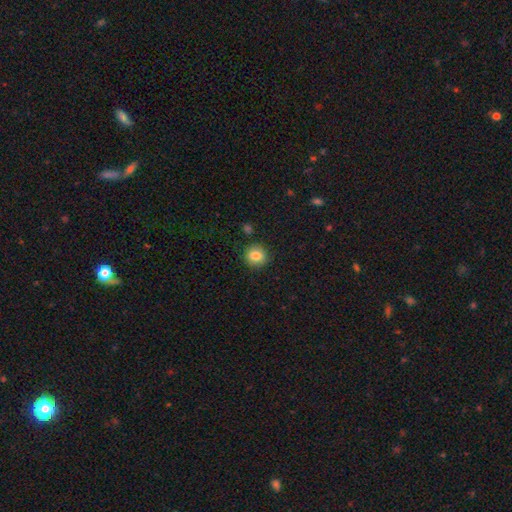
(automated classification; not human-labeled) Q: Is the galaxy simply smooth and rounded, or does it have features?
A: smooth — 84%.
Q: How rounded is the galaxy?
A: round — 84%.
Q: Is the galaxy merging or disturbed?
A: none — 88%.